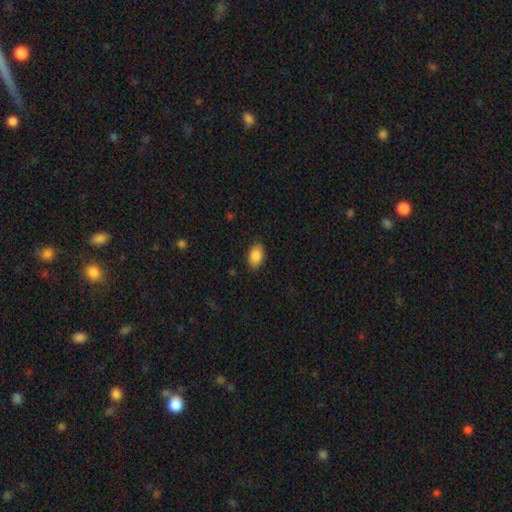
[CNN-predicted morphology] The model was most divided on "merging": none: 87%, minor disturbance: 10%, major disturbance: 2%, merger: 1%. More confident: how rounded — in between (91%); smooth or featured — smooth (88%).